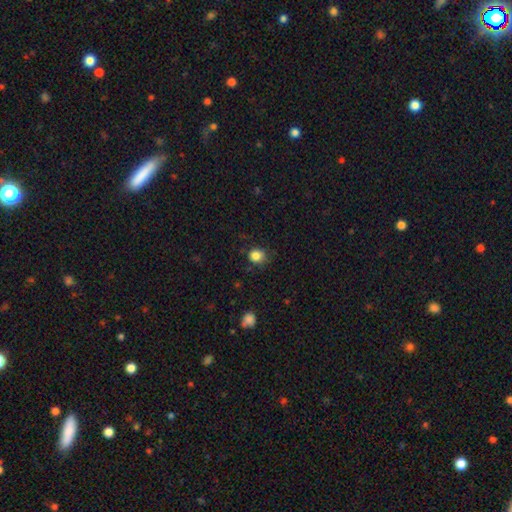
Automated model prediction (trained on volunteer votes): smooth-or-featured: smooth: 85% | star or artifact: 11% | featured or disk: 4%
  how-rounded: round: 81% | in between: 18% | cigar-shaped: 1%
  merging: none: 75% | minor disturbance: 19% | major disturbance: 5% | merger: 2%